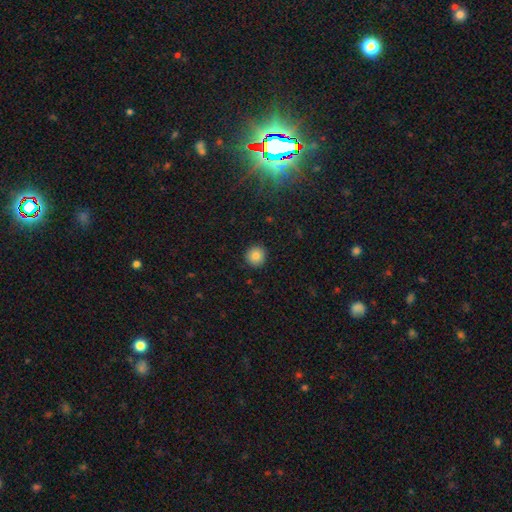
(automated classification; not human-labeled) Smooth or featured?
  - smooth: 83% *
  - star or artifact: 10%
  - featured or disk: 7%
How rounded?
  - round: 94% *
  - in between: 5%
  - cigar-shaped: 1%
Merging?
  - none: 92% *
  - minor disturbance: 6%
  - major disturbance: 2%
  - merger: 1%